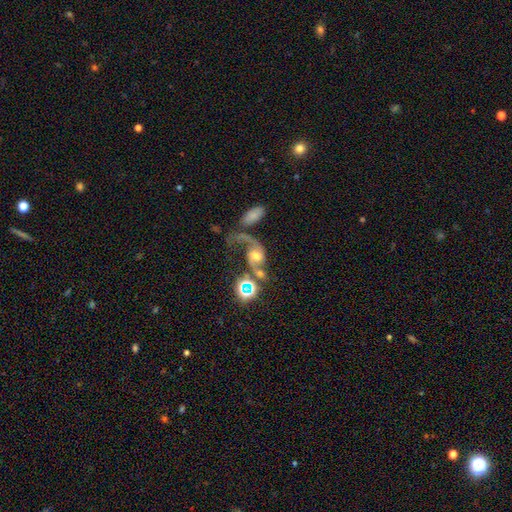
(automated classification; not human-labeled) A featured or disk galaxy (71%) with no bar (58%), 2 (76%) loose (74%) spiral arms (89%) and a moderate central bulge (60%). Merging: merger (32%).